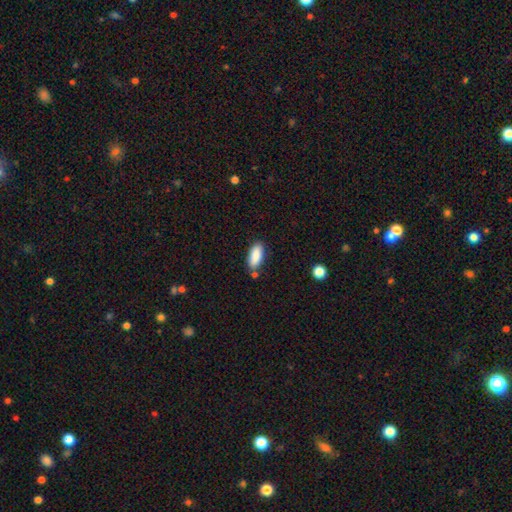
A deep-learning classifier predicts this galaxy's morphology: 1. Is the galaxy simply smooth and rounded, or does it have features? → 88% smooth, 6% star or artifact, 6% featured or disk.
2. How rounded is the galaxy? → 84% in between, 14% cigar-shaped, 2% round.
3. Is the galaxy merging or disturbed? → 77% none, 13% minor disturbance, 6% merger, 3% major disturbance.